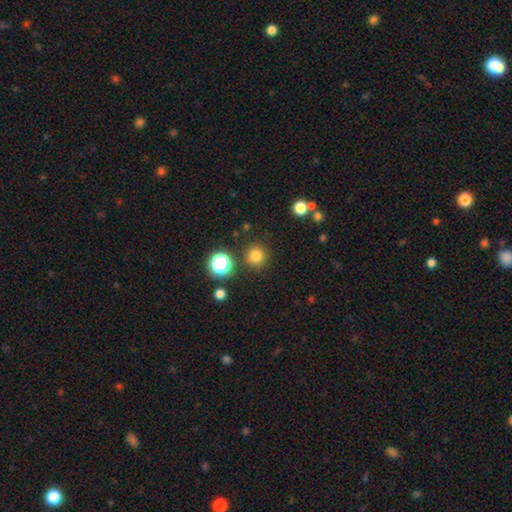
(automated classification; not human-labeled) Morphology: type=smooth (78%); roundness=round (94%); merging=none (88%).